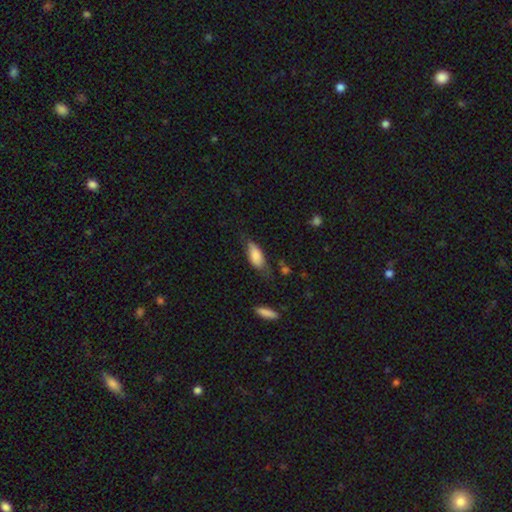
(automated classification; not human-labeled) Morphology: type=smooth (79%); roundness=in between (81%); merging=none (52%).